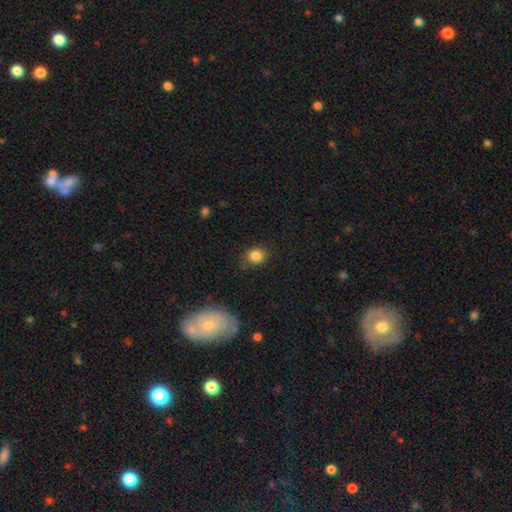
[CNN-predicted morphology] Overall: smooth (84%). How rounded: round (75%). Merging: none (76%).